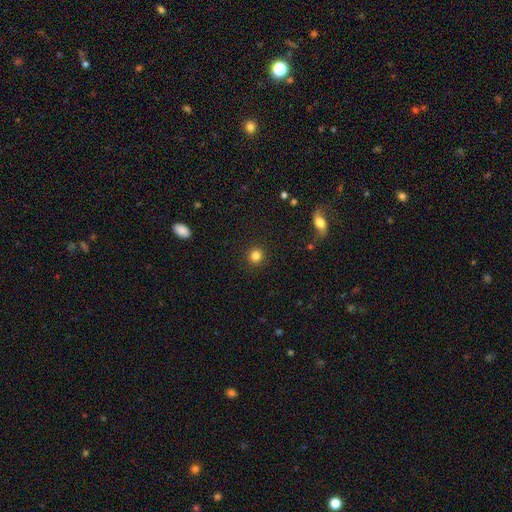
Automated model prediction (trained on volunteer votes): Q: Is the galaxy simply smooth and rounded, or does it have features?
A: smooth — 84%.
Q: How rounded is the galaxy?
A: round — 93%.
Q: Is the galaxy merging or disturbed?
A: none — 92%.